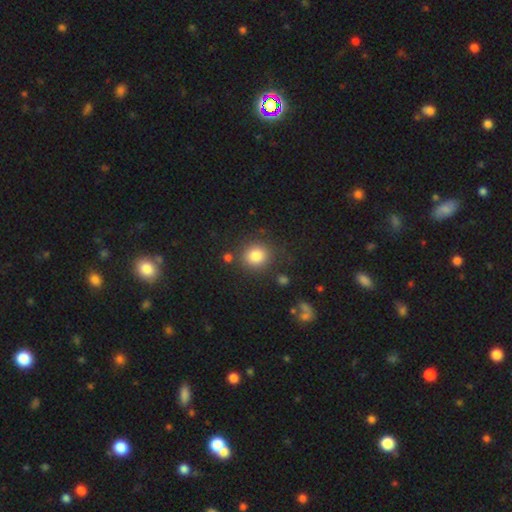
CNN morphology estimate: Smooth or featured? Predicted: smooth (p=0.83). How rounded? Predicted: round (p=0.86). Merging? Predicted: none (p=0.82).